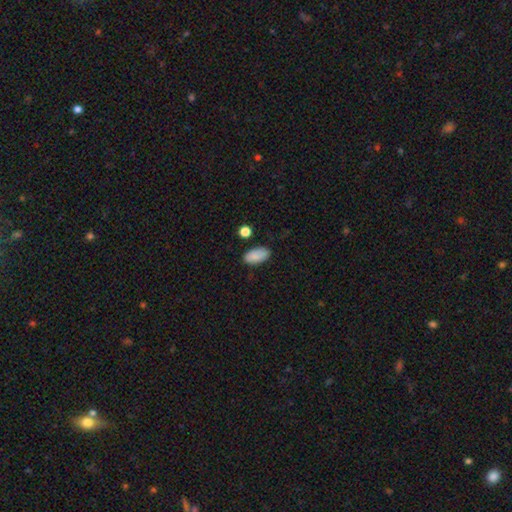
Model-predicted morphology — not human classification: type=smooth (86%); roundness=in between (94%); merging=none (80%).